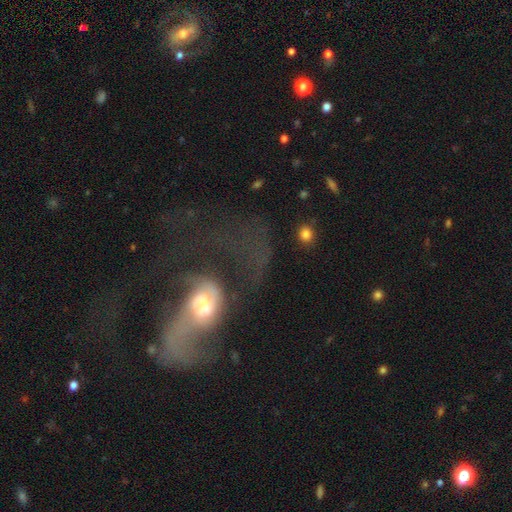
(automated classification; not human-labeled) Overall: featured or disk (69%). Edge-on disk: no (95%). Bar: no (64%; weak 27%). Spiral arms: yes (69%; no 31%). Bulge size: moderate (61%). Merging: major disturbance (57%; none 24%).